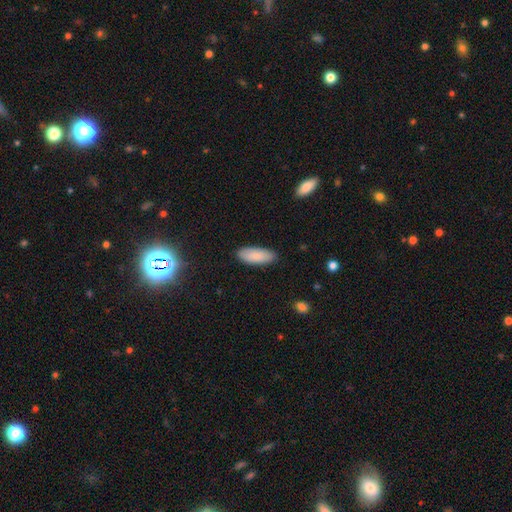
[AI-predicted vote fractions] A smooth galaxy with no disk features (87%) that is in between round and cigar-shaped (78%).

Vote fractions:
- Smooth or featured? smooth: 87% / featured or disk: 7% / star or artifact: 6%
- How rounded? in between: 78% / cigar-shaped: 20% / round: 2%
- Merging? none: 88% / minor disturbance: 9% / major disturbance: 2% / merger: 1%